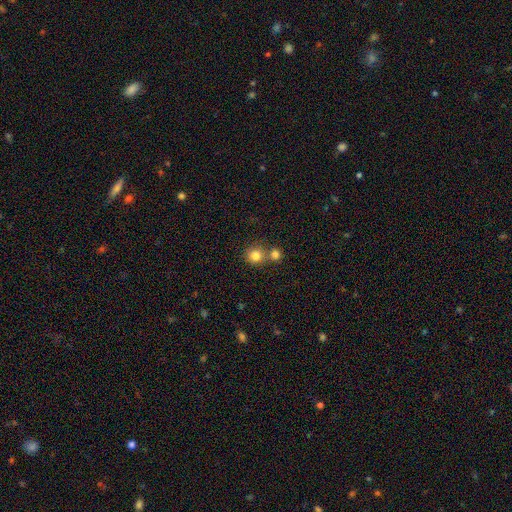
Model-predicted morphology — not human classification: This is clearly a smooth galaxy (81%). How rounded: clearly round (90%). Merging: possibly none (59%).